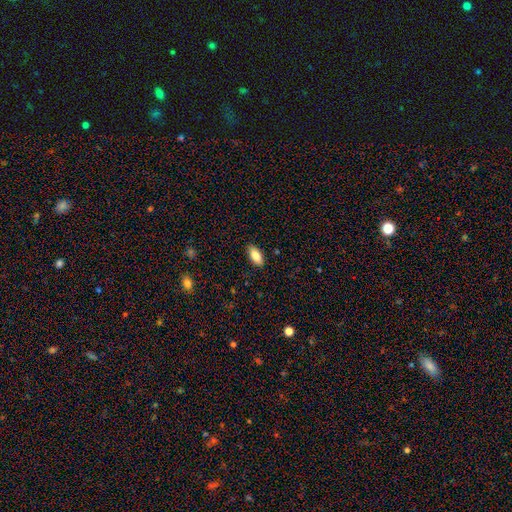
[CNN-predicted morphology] smooth-or-featured: smooth: 85% | featured or disk: 8% | star or artifact: 7%
  how-rounded: in between: 87% | cigar-shaped: 11% | round: 2%
  merging: none: 88% | minor disturbance: 9% | major disturbance: 2% | merger: 1%